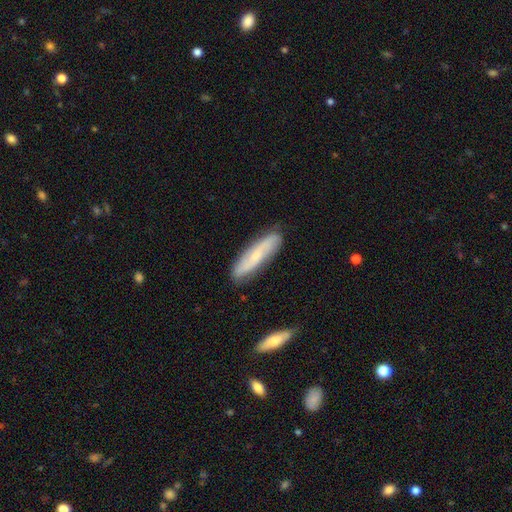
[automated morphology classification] A featured or disk galaxy (49%). Merging: none (85%).